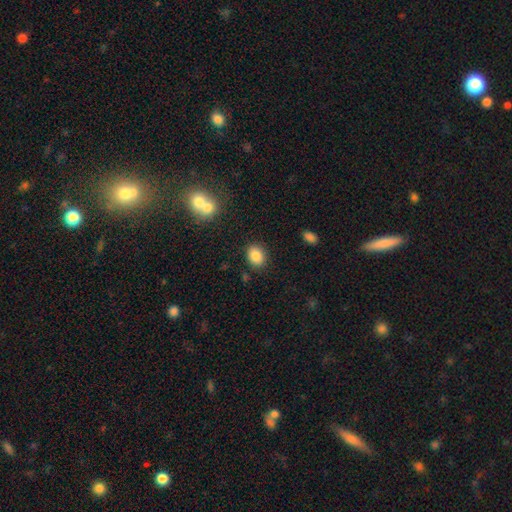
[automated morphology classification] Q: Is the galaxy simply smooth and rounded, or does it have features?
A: smooth — 85%.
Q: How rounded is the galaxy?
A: in between — 60%.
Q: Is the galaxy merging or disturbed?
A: none — 86%.